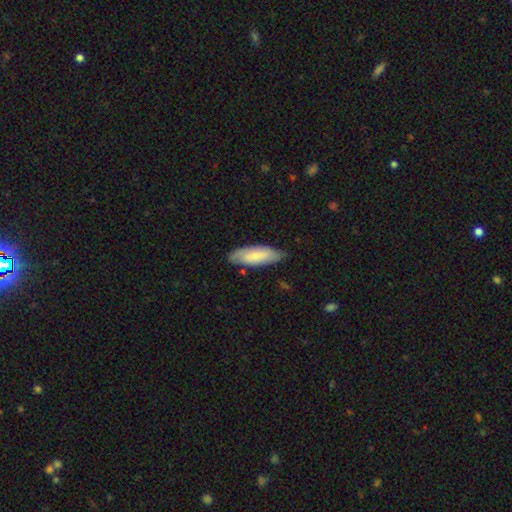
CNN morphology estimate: Q: Smooth or featured?
A: smooth (72%); runner-up: featured or disk (22%)
Q: How rounded?
A: in between (65%); runner-up: cigar-shaped (34%)
Q: Merging?
A: none (79%); runner-up: minor disturbance (17%)